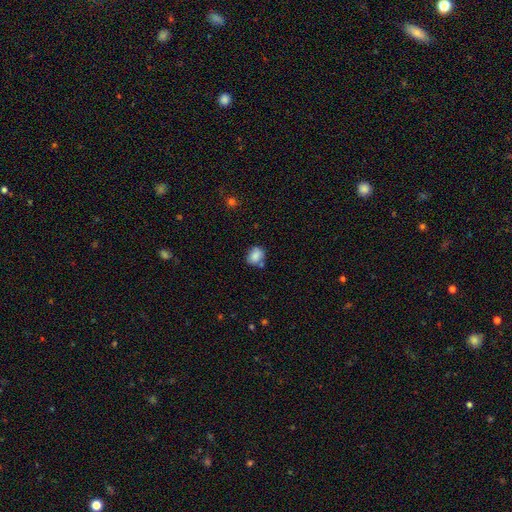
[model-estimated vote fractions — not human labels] Smooth or featured?
  - smooth: 83% *
  - star or artifact: 9%
  - featured or disk: 8%
How rounded?
  - in between: 50% *
  - round: 49%
  - cigar-shaped: 1%
Merging?
  - none: 61% *
  - minor disturbance: 20%
  - merger: 14%
  - major disturbance: 5%